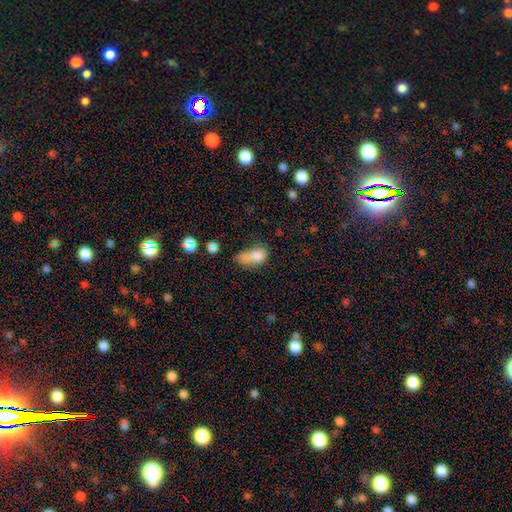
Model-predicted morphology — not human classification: This is likely a smooth galaxy (73%). How rounded: clearly in between (82%). Merging: marginally minor disturbance (27%).